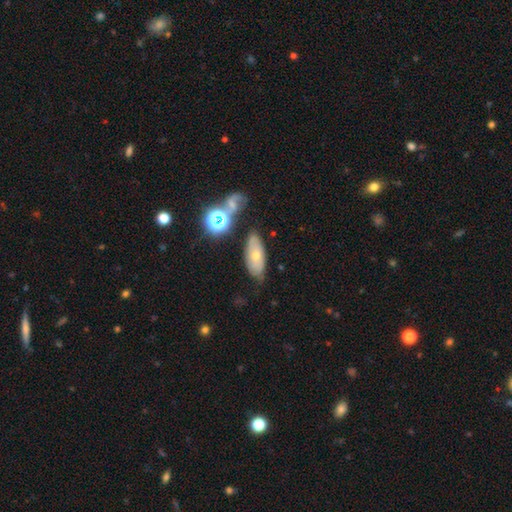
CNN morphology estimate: Smooth or featured? Predicted: smooth (p=0.52). How rounded? Predicted: in between (p=0.82). Merging? Predicted: none (p=0.68).